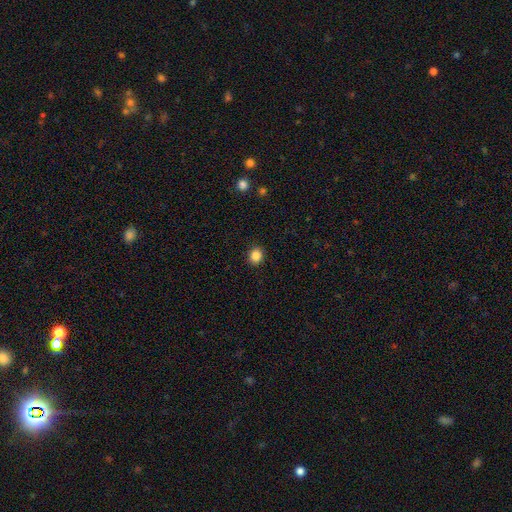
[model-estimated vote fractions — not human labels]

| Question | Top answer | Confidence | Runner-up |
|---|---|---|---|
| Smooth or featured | smooth | 86% | star or artifact (10%) |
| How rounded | round | 74% | in between (25%) |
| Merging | none | 91% | minor disturbance (6%) |